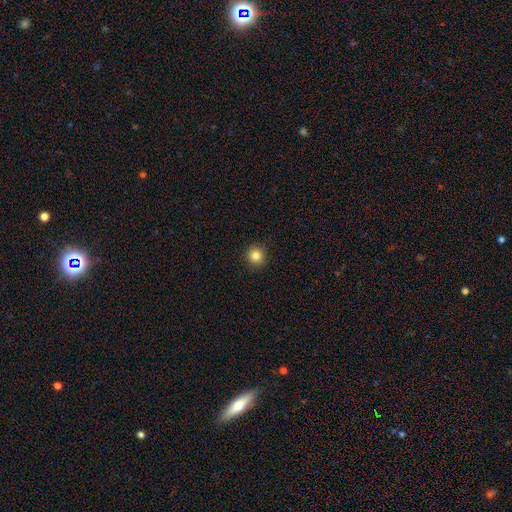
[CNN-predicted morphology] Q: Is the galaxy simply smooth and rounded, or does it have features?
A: smooth — 84%.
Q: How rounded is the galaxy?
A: round — 94%.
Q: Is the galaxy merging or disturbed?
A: none — 92%.